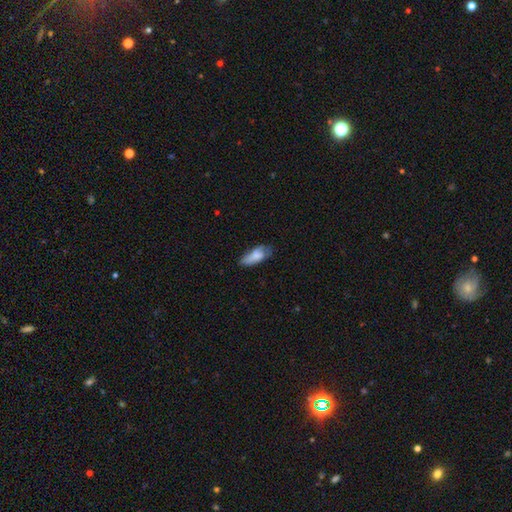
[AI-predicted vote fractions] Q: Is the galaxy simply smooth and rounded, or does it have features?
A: smooth — 76%.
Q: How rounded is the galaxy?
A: in between — 77%.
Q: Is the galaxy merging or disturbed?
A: none — 52%.